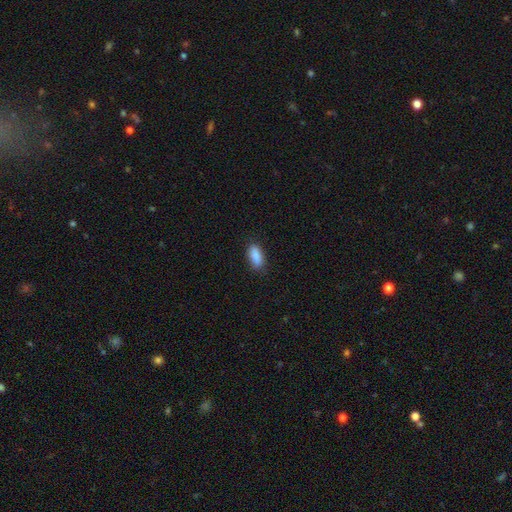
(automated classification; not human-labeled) Smooth or featured? smooth (89%)
How rounded? in between (81%)
Merging? none (82%)